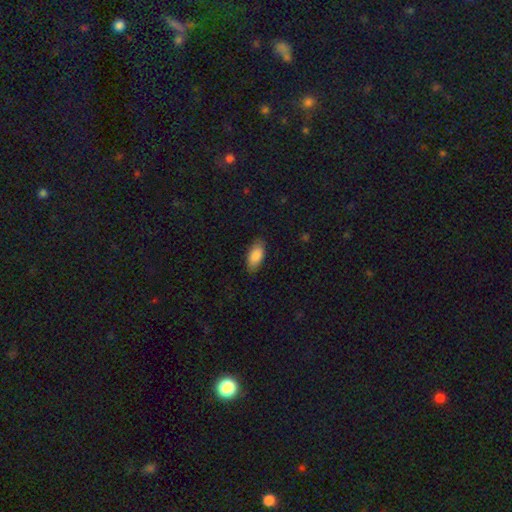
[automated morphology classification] A smooth galaxy with no disk features (87%) that is in between round and cigar-shaped (92%). Merging: none (83%).